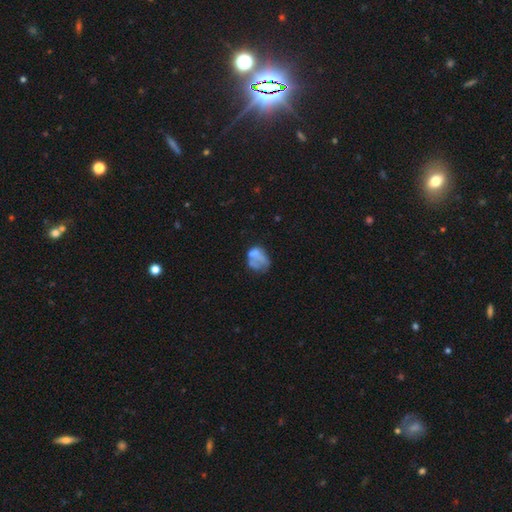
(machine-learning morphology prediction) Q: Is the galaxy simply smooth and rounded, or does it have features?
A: smooth — 52%.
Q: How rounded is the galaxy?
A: in between — 55%.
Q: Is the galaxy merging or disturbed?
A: none — 35%.